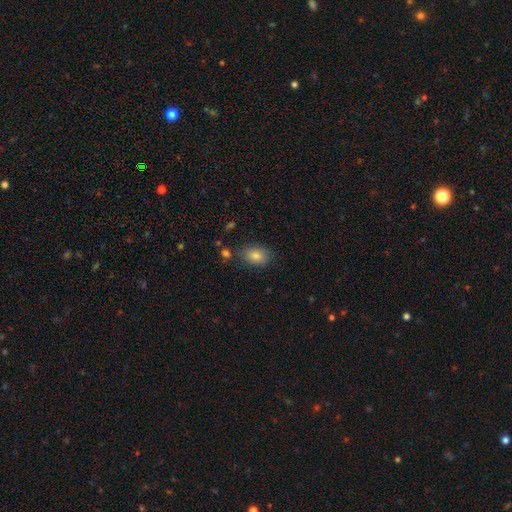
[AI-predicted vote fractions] This appears to be a smooth galaxy with no disk features (80%) that is in between round and cigar-shaped (74%). Merging: none (81%).